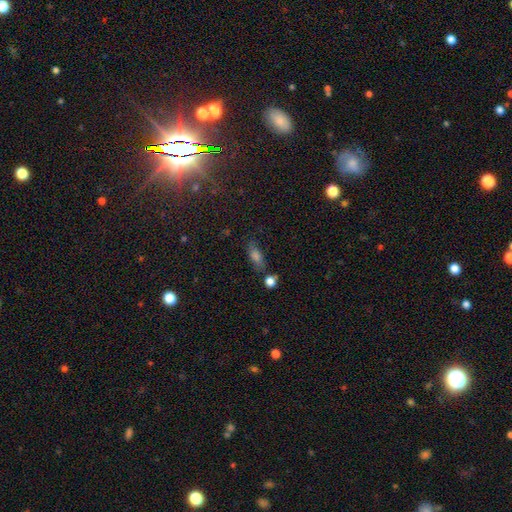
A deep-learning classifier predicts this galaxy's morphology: type=smooth (64%); roundness=in between (66%); merging=none (73%).